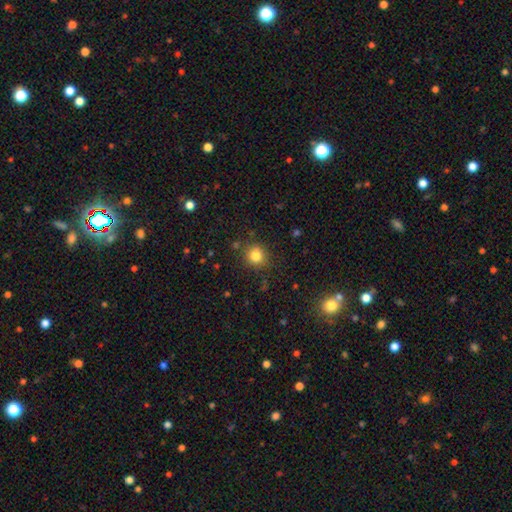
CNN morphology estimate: This appears to be a smooth galaxy with no disk features (82%) that is round (89%). Merging: none (86%).